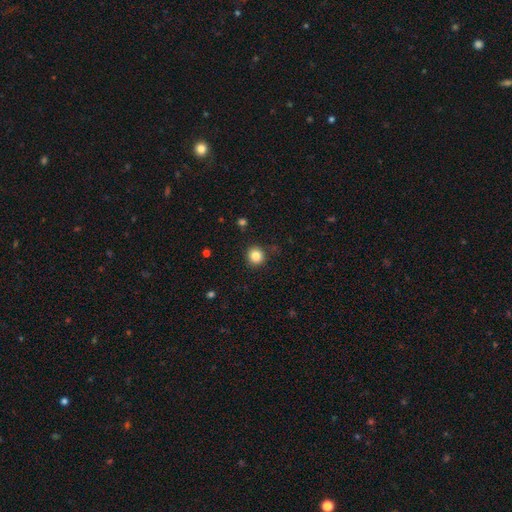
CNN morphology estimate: smooth_or_featured: smooth (p=0.84) [alt: star or artifact p=0.11]
how_rounded: round (p=0.91) [alt: in between p=0.08]
merging: none (p=0.89) [alt: minor disturbance p=0.07]